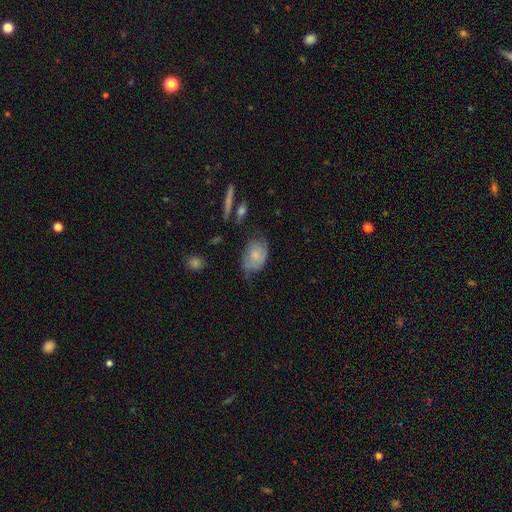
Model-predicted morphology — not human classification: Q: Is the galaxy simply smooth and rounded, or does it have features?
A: smooth — 60%.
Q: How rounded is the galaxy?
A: in between — 81%.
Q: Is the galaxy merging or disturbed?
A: none — 44%.